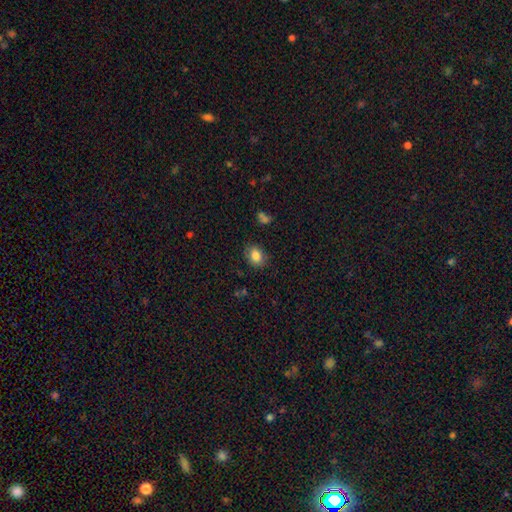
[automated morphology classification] The model was most divided on "how rounded": in between: 59%, round: 40%, cigar-shaped: 1%. More confident: smooth or featured — smooth (84%); merging — none (83%).